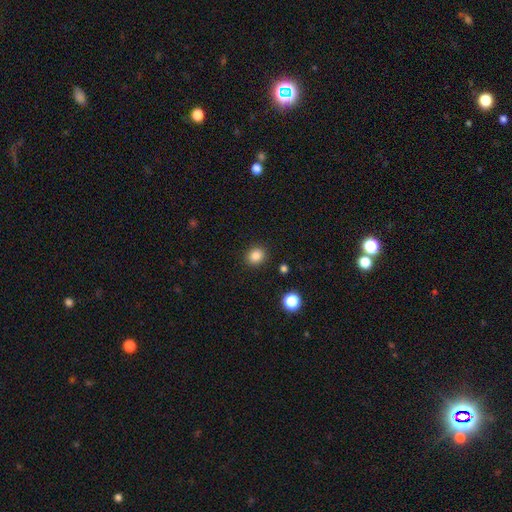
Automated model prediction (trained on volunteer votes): smooth_or_featured: smooth (p=0.85) [alt: star or artifact p=0.11]
how_rounded: round (p=0.72) [alt: in between p=0.27]
merging: none (p=0.89) [alt: minor disturbance p=0.07]